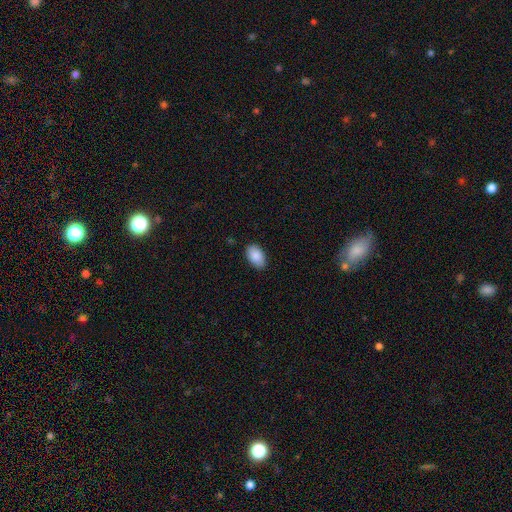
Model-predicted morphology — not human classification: Smooth or featured? Predicted: smooth (p=0.89). How rounded? Predicted: in between (p=0.92). Merging? Predicted: none (p=0.85).